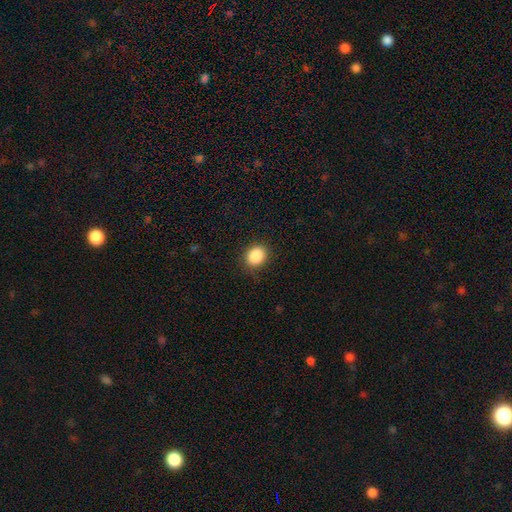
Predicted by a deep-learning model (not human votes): Smooth or featured? Predicted: smooth (p=0.88). How rounded? Predicted: round (p=0.59). Merging? Predicted: none (p=0.86).